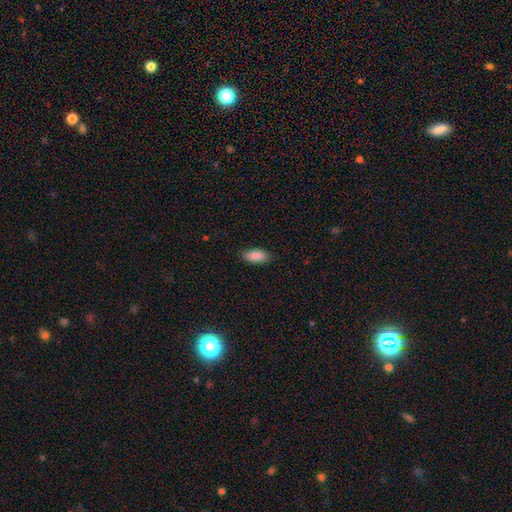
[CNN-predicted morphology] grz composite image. It shows a smooth galaxy with no disk features (89%) that is in between round and cigar-shaped (85%). Merging: none (87%).